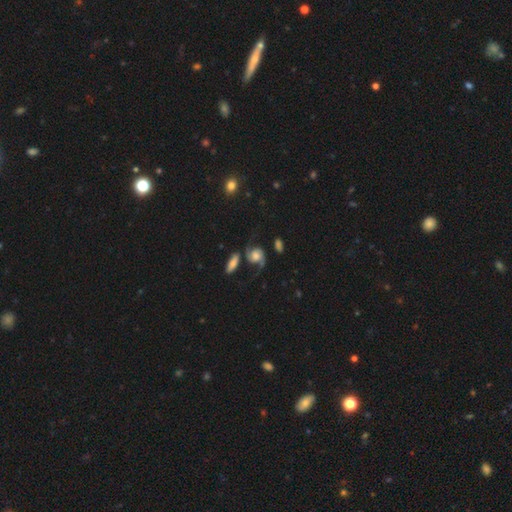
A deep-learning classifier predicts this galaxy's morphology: A featured or disk galaxy (77%) with no bar (69%), 2 (89%) loose (50%) spiral arms (95%) and a moderate central bulge (39%).

Vote fractions:
- Smooth or featured? featured or disk: 77% / smooth: 15% / star or artifact: 8%
- Edge-on disk? no: 97% / yes: 3%
- Bar? no: 69% / weak: 25% / strong: 6%
- Spiral arms? yes: 95% / no: 5%
- Spiral winding? loose: 50% / medium: 38% / tight: 12%
- Spiral arm count? 2: 89% / 1: 6% / can't tell: 2% / 3: 1% / 4: 1% / more than 4: 1%
- Bulge size? moderate: 39% / large: 27% / small: 19% / none: 9% / dominant: 6%
- Merging? none: 56% / minor disturbance: 18% / major disturbance: 16% / merger: 11%